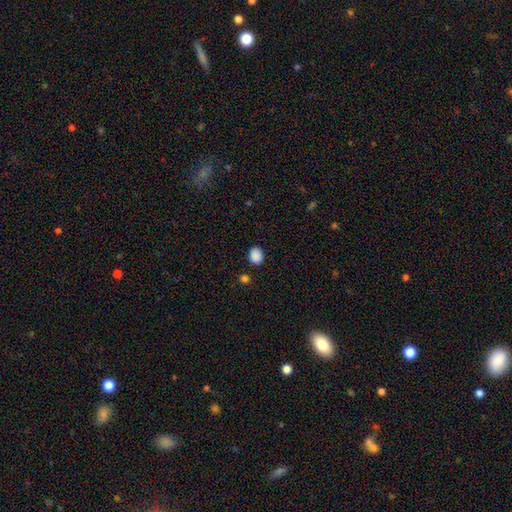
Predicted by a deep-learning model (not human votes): A smooth galaxy with no disk features (88%) that is round (51%).

Vote fractions:
- Smooth or featured? smooth: 88% / star or artifact: 9% / featured or disk: 3%
- How rounded? round: 51% / in between: 48% / cigar-shaped: 1%
- Merging? none: 86% / minor disturbance: 9% / merger: 3% / major disturbance: 3%